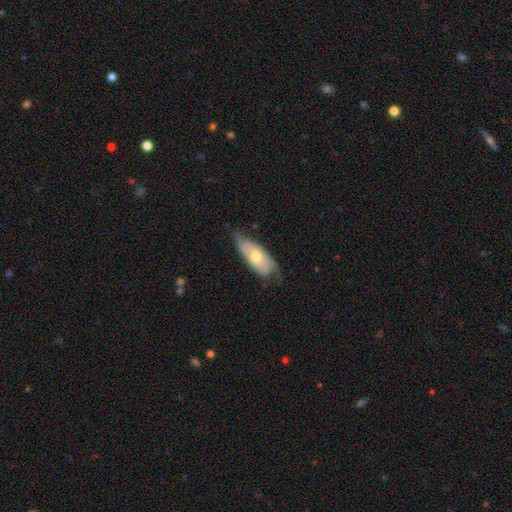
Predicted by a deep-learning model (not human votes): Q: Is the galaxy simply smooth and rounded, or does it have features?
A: featured or disk — 55%.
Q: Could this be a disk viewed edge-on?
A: no — 80%.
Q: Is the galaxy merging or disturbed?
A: none — 56%.